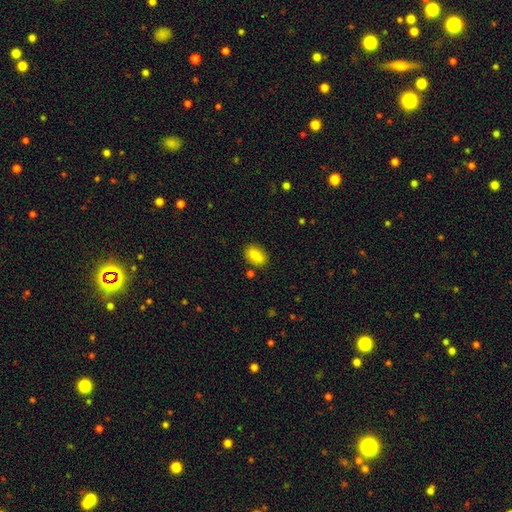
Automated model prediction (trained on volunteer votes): smooth_or_featured: smooth (p=0.85) [alt: star or artifact p=0.08]
how_rounded: in between (p=0.86) [alt: round p=0.12]
merging: none (p=0.84) [alt: minor disturbance p=0.10]